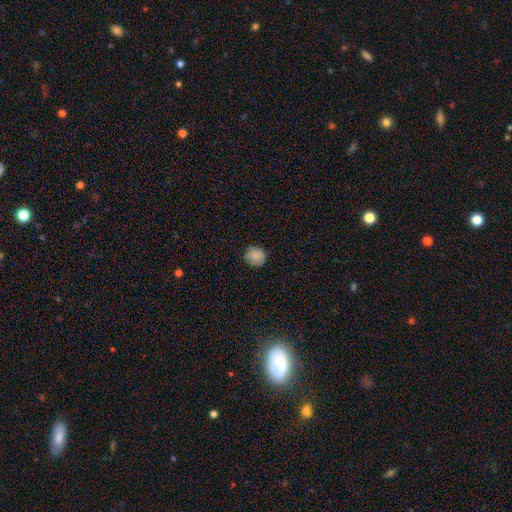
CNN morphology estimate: Overall: smooth (85%). How rounded: round (85%). Merging: none (85%).